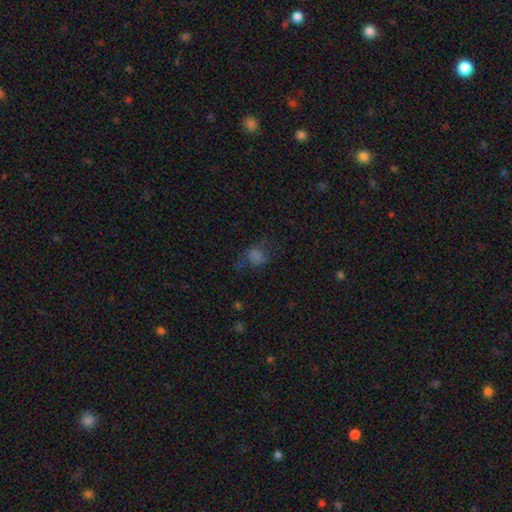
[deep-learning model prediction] smooth_or_featured: smooth (p=0.58) [alt: star or artifact p=0.28]
how_rounded: round (p=0.55) [alt: in between p=0.43]
merging: none (p=0.53) [alt: minor disturbance p=0.22]